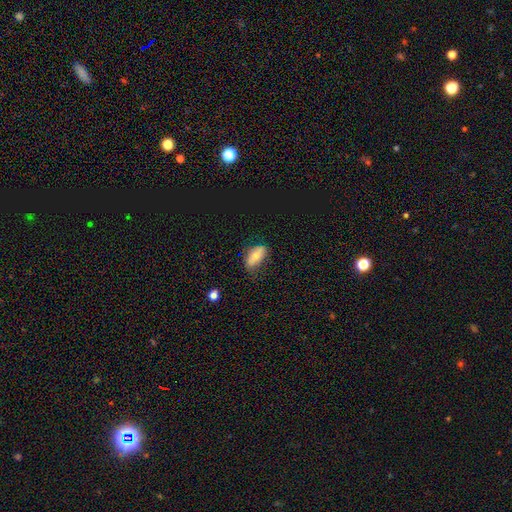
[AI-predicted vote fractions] smooth_or_featured: smooth (p=0.67) [alt: featured or disk p=0.22]
how_rounded: in between (p=0.87) [alt: cigar-shaped p=0.08]
merging: none (p=0.69) [alt: minor disturbance p=0.23]